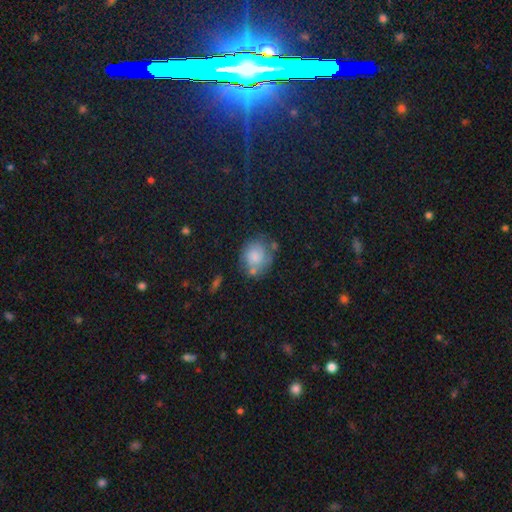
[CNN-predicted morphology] This is likely a smooth galaxy (71%). How rounded: likely round (69%). Merging: possibly none (53%).